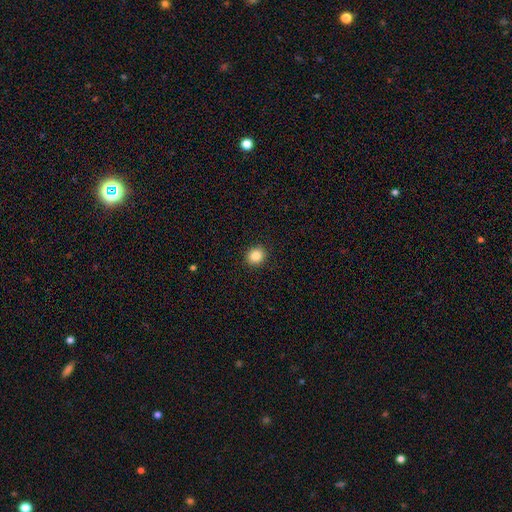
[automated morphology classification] Smooth or featured? Predicted: smooth (p=0.85). How rounded? Predicted: round (p=0.78). Merging? Predicted: none (p=0.92).